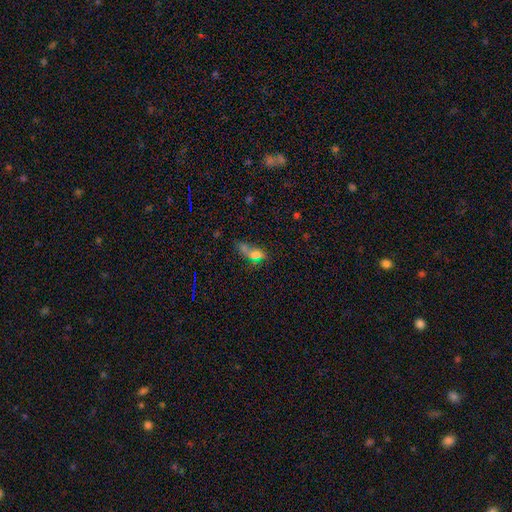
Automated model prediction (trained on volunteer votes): Smooth or featured?
  - smooth: 61% *
  - featured or disk: 21%
  - star or artifact: 19%
How rounded?
  - in between: 64% *
  - cigar-shaped: 21%
  - round: 16%
Merging?
  - merger: 31% *
  - major disturbance: 26%
  - none: 26%
  - minor disturbance: 17%